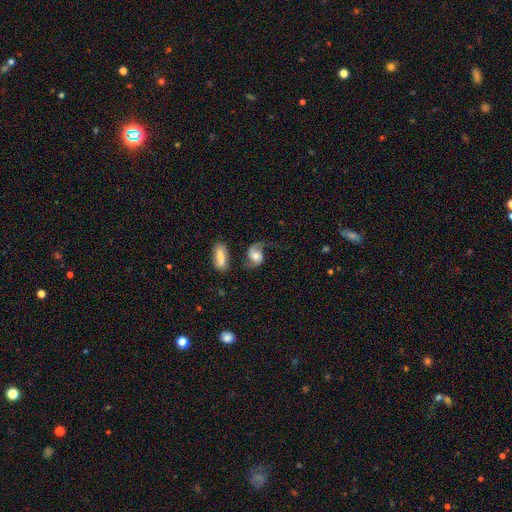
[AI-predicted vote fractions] featured or disk 61%, smooth 31%, star or artifact 8%. Down the decision tree: edge-on disk — no (96%); bar — no (64%); spiral arms — yes (90%); spiral arm count — 2 (69%); spiral winding — loose (60%); bulge size — moderate (54%); merging — none (43%).